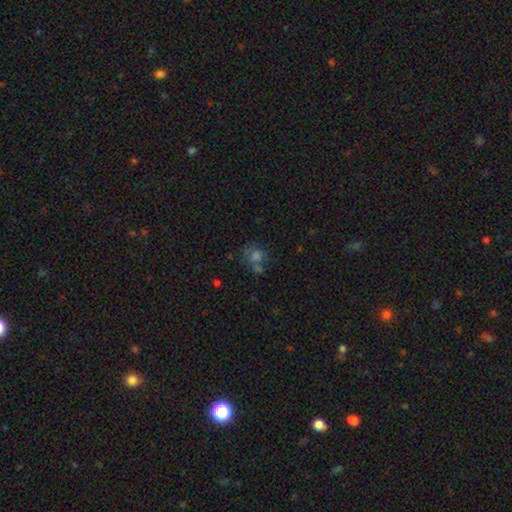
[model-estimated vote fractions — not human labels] Morphology: type=smooth (59%); roundness=round (67%); merging=none (47%).